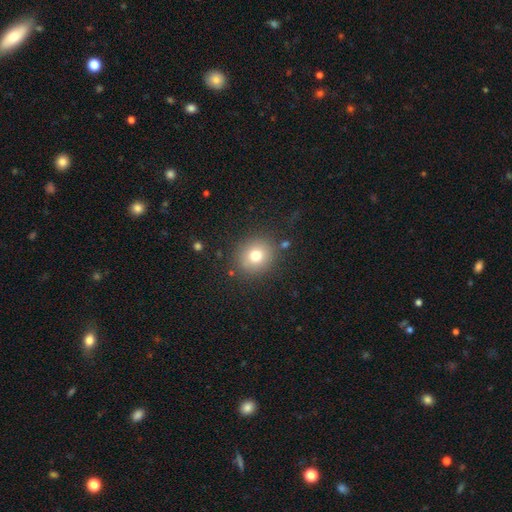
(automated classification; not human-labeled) This appears to be a smooth galaxy with no disk features (77%) that is round (84%). Merging: none (85%).